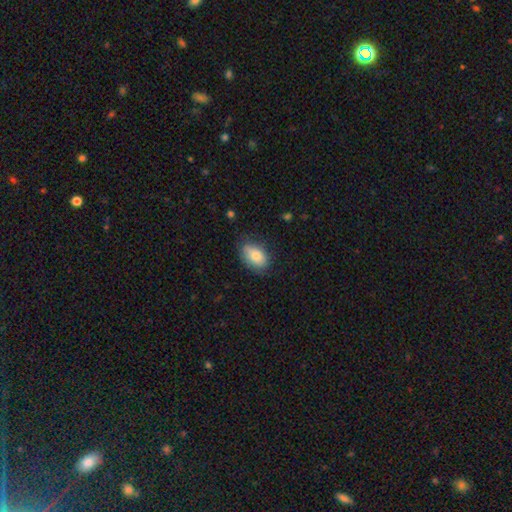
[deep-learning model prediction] This is clearly a smooth galaxy (80%). How rounded: clearly in between (89%). Merging: likely none (71%).